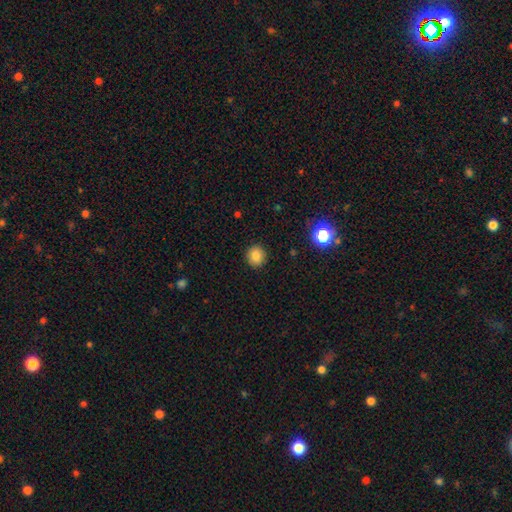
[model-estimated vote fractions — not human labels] This appears to be a smooth galaxy with no disk features (83%) that is round (89%). Merging: none (91%).